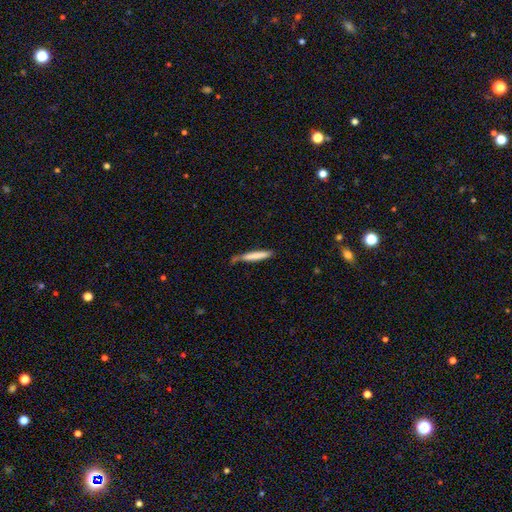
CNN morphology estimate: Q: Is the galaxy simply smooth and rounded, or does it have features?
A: smooth — 75%.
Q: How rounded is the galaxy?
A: cigar-shaped — 93%.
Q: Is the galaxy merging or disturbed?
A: none — 64%.